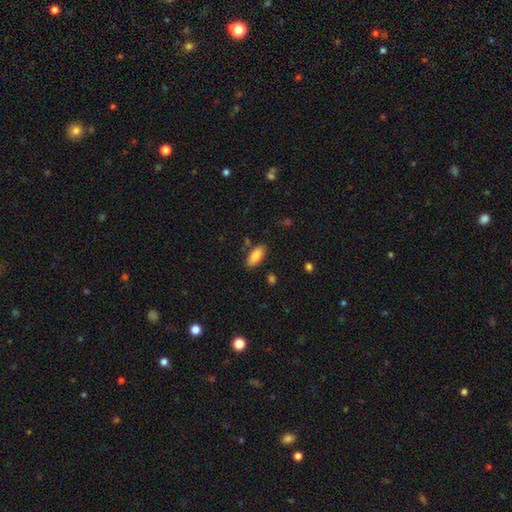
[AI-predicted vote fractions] Smooth or featured? smooth (87%)
How rounded? in between (84%)
Merging? none (83%)